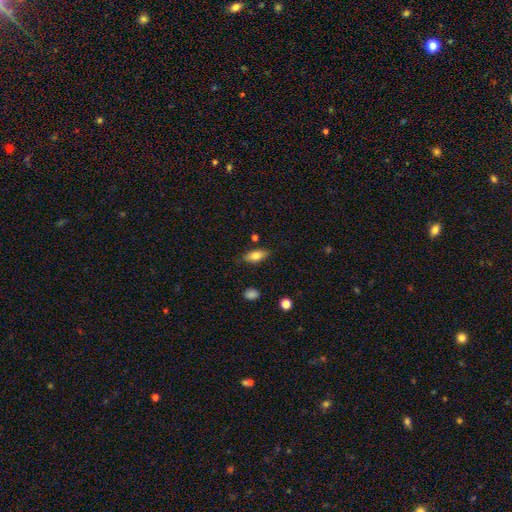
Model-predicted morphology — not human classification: Q: Smooth or featured?
A: smooth (76%); runner-up: featured or disk (16%)
Q: How rounded?
A: in between (83%); runner-up: cigar-shaped (14%)
Q: Merging?
A: none (81%); runner-up: minor disturbance (13%)